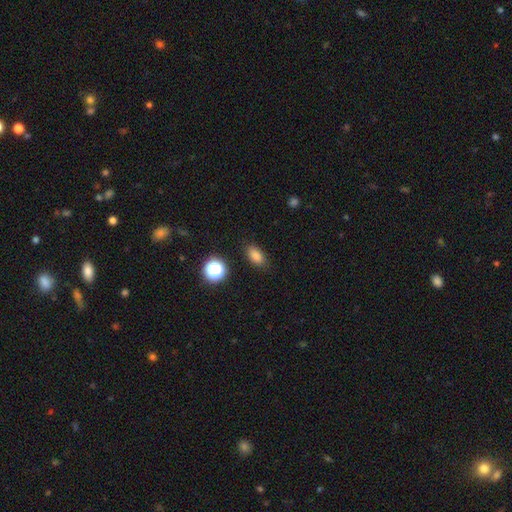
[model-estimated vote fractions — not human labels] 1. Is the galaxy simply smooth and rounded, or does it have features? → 81% smooth, 13% star or artifact, 6% featured or disk.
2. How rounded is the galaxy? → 85% in between, 11% round, 4% cigar-shaped.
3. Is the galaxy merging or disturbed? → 84% none, 11% minor disturbance, 3% major disturbance, 2% merger.